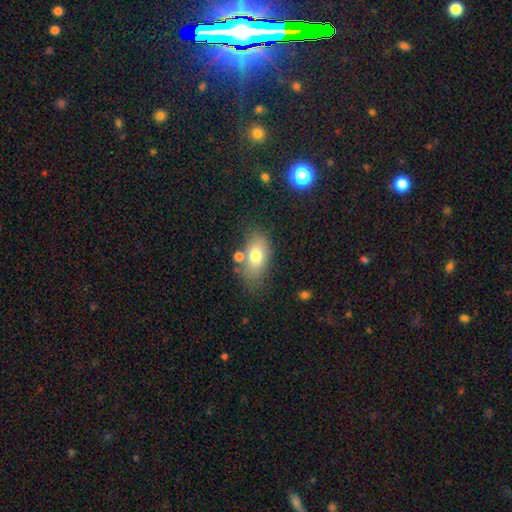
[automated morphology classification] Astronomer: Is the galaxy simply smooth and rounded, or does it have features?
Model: smooth — 73%.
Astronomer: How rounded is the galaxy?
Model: in between — 87%.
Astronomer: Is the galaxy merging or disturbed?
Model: none — 64%.